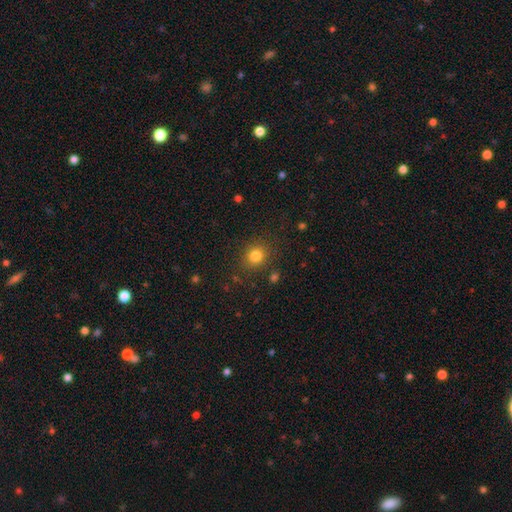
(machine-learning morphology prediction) This is clearly a smooth galaxy (81%). How rounded: clearly round (82%). Merging: clearly none (86%).